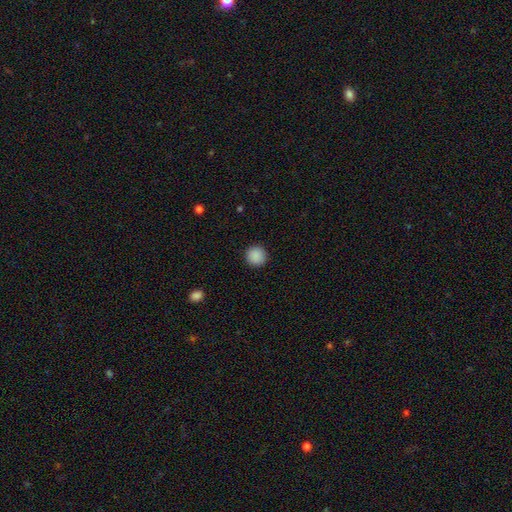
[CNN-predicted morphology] Overall: smooth (89%). How rounded: round (95%). Merging: none (93%).